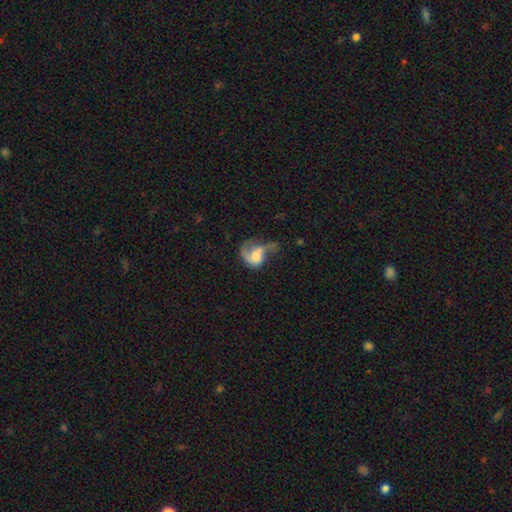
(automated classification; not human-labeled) Smooth or featured: featured or disk — 56% (smooth — 35%)
Edge-on disk: no — 97% (yes — 3%)
Bar: no — 71% (weak — 24%)
Spiral arms: yes — 67% (no — 33%)
Bulge size: moderate — 28% (none — 26%)
Merging: major disturbance — 50% (none — 20%)